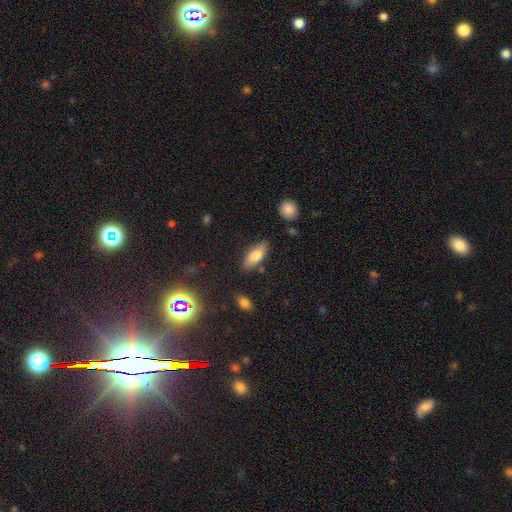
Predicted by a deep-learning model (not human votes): smooth_or_featured: smooth (p=0.77) [alt: featured or disk p=0.15]
how_rounded: in between (p=0.80) [alt: cigar-shaped p=0.18]
merging: none (p=0.80) [alt: minor disturbance p=0.14]